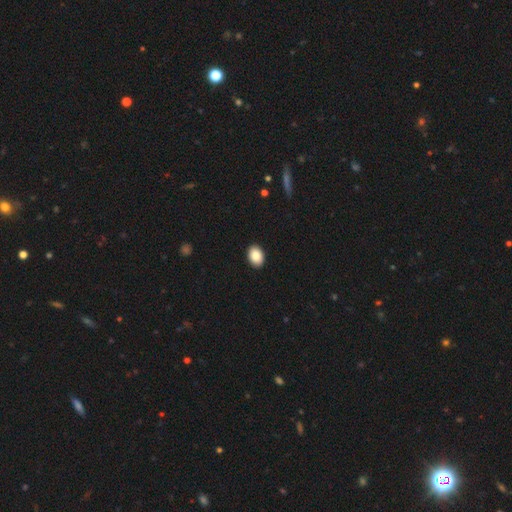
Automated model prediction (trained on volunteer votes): Overall: smooth (87%). How rounded: in between (80%). Merging: none (92%).